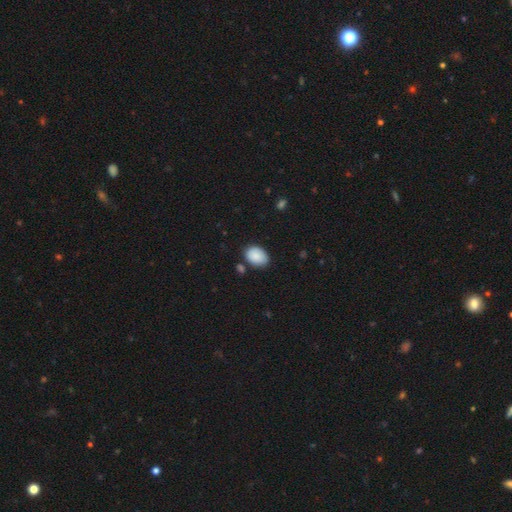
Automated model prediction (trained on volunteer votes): Morphology: type=smooth (87%); roundness=in between (78%); merging=none (76%).